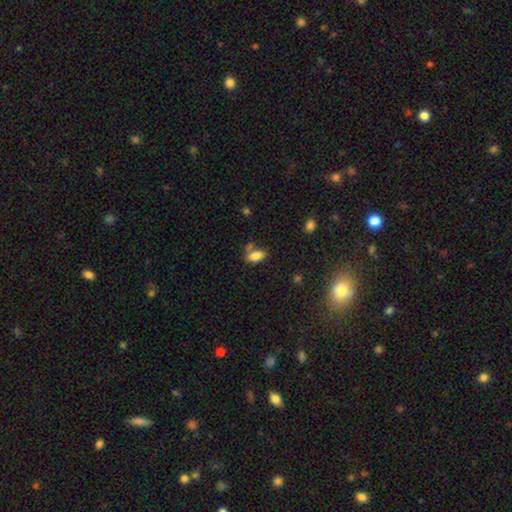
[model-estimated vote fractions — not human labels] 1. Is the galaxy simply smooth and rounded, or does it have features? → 82% smooth, 10% star or artifact, 9% featured or disk.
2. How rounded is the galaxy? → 91% in between, 5% round, 4% cigar-shaped.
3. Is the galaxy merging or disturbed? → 56% none, 21% merger, 17% minor disturbance, 6% major disturbance.